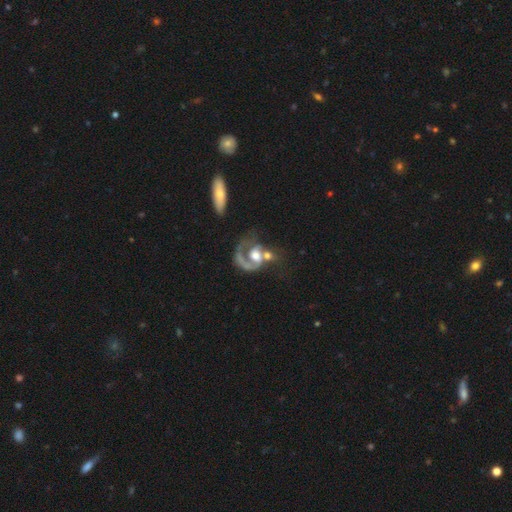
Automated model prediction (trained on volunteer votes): smooth_or_featured: featured or disk (p=0.77) [alt: smooth p=0.17]
disk_edge_on: no (p=0.98) [alt: yes p=0.02]
bar: no (p=0.68) [alt: weak p=0.25]
has_spiral_arms: yes (p=0.82) [alt: no p=0.18]
spiral_winding: medium (p=0.35) [alt: tight p=0.33]
spiral_arm_count: 1 (p=0.79) [alt: 2 p=0.11]
bulge_size: moderate (p=0.53) [alt: large p=0.29]
merging: merger (p=0.44) [alt: major disturbance p=0.25]